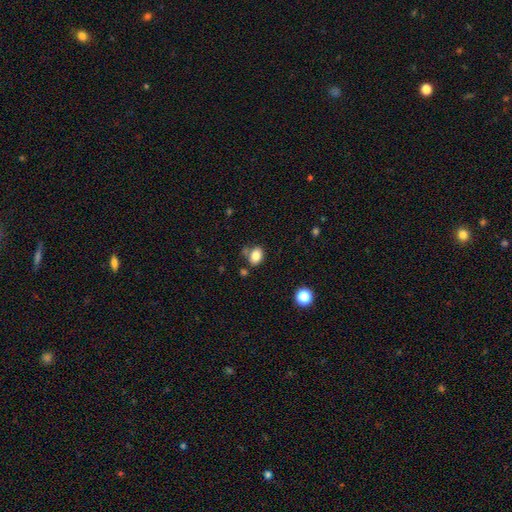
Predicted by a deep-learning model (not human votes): This appears to be a smooth galaxy with no disk features (83%) that is in between round and cigar-shaped (73%). Merging: none (67%).